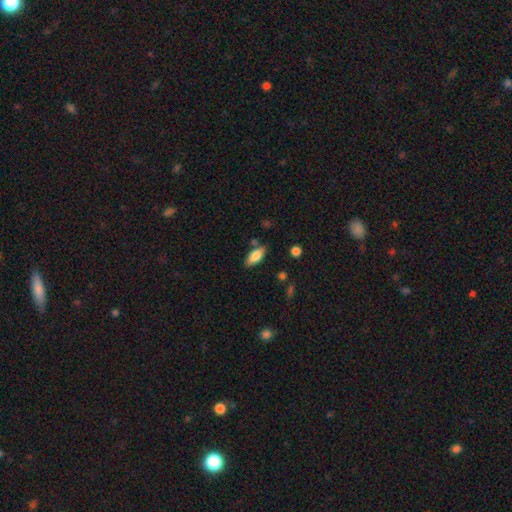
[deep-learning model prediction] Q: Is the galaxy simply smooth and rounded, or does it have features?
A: smooth — 75%.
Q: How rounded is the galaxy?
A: in between — 82%.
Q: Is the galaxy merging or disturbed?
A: none — 77%.